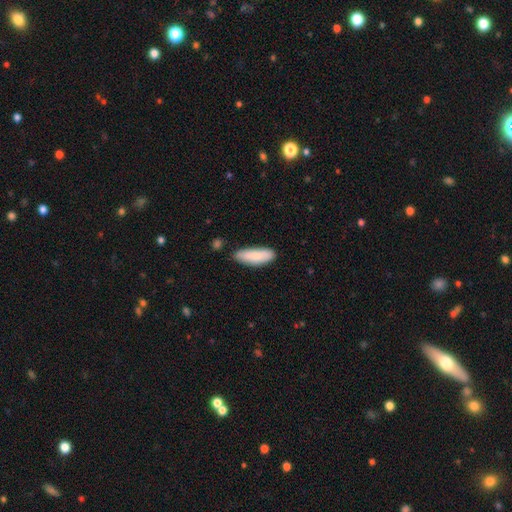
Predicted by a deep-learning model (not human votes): Smooth or featured? Predicted: smooth (p=0.84). How rounded? Predicted: in between (p=0.58). Merging? Predicted: none (p=0.80).